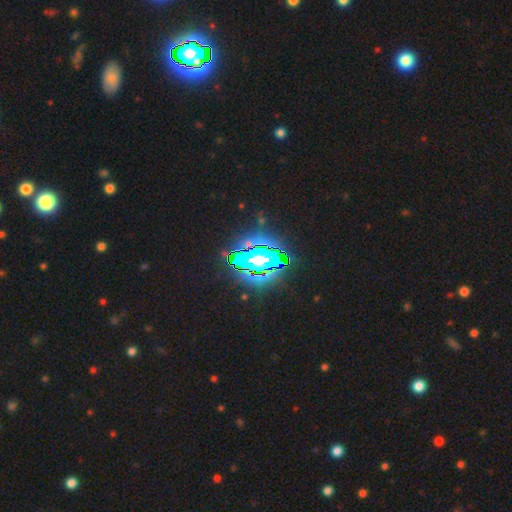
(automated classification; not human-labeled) This appears to be a star or artifact, not a galaxy (81%).